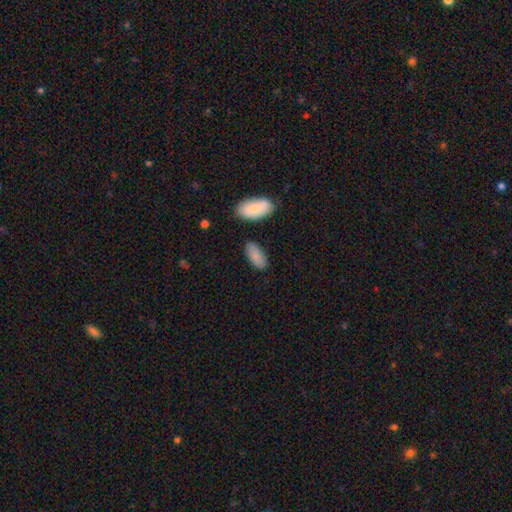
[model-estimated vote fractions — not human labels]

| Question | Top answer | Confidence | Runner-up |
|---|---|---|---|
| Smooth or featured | smooth | 87% | featured or disk (7%) |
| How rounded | in between | 90% | cigar-shaped (7%) |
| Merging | none | 79% | minor disturbance (13%) |